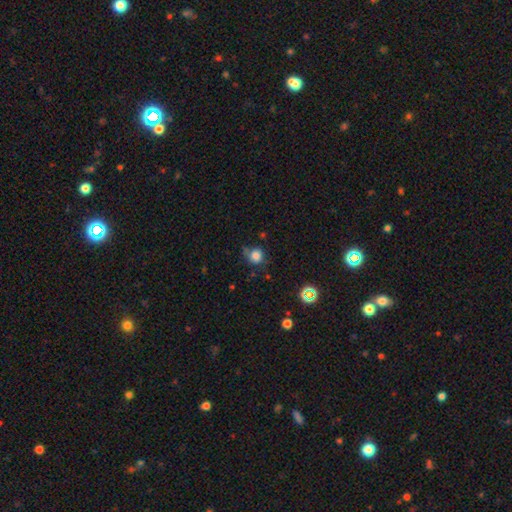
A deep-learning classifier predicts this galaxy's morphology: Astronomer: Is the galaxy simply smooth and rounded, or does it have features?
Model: smooth — 79%.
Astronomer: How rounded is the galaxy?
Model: round — 82%.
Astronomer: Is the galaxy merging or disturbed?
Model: none — 56%.